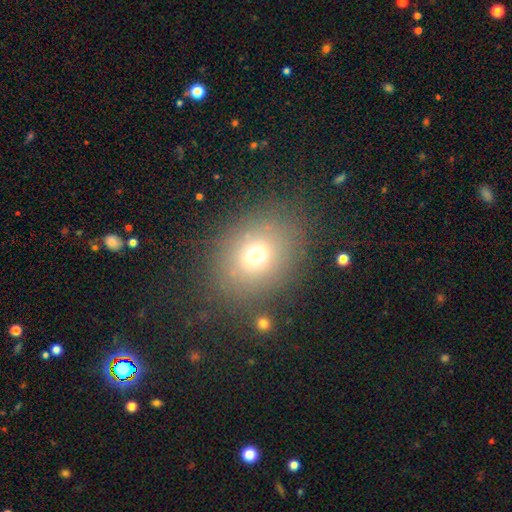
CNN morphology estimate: smooth_or_featured: smooth (p=0.69) [alt: star or artifact p=0.18]
how_rounded: round (p=0.54) [alt: in between p=0.45]
merging: none (p=0.80) [alt: minor disturbance p=0.11]